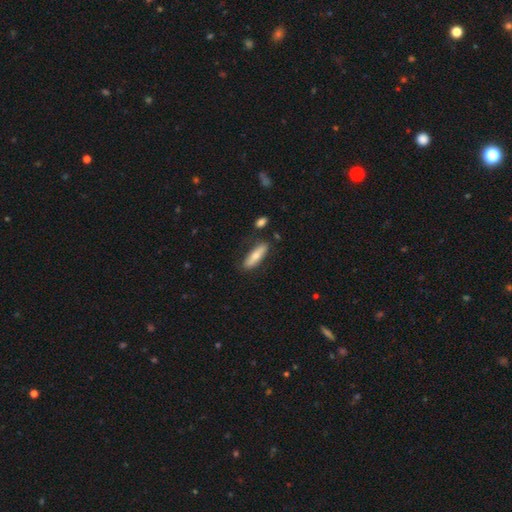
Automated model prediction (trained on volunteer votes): Smooth or featured? smooth (68%)
How rounded? cigar-shaped (62%)
Merging? none (79%)